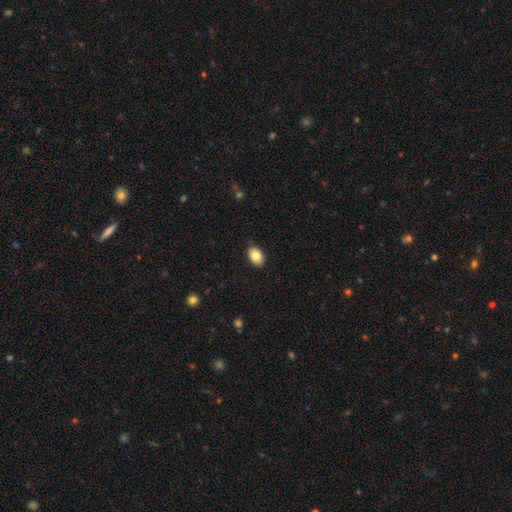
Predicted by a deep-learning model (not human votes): A smooth galaxy with no disk features (81%) that is in between round and cigar-shaped (87%).

Vote fractions:
- Smooth or featured? smooth: 81% / featured or disk: 11% / star or artifact: 8%
- How rounded? in between: 87% / round: 12% / cigar-shaped: 1%
- Merging? none: 85% / minor disturbance: 12% / major disturbance: 2% / merger: 1%